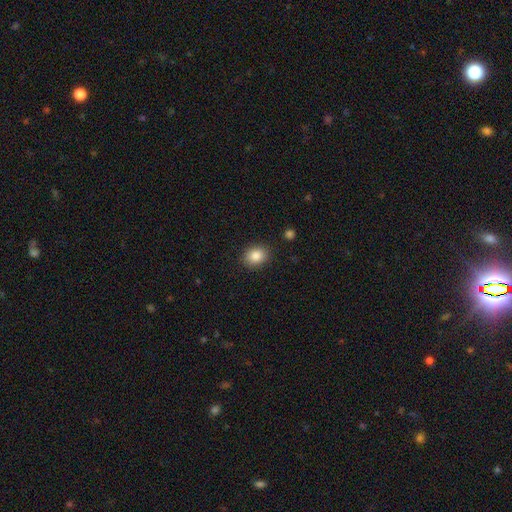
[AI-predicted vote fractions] The model was most divided on "how rounded": in between: 51%, round: 49%, cigar-shaped: 1%. More confident: merging — none (87%); smooth or featured — smooth (86%).